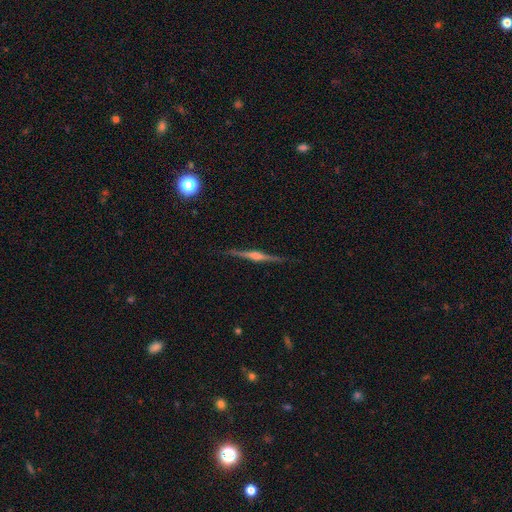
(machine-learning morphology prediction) Overall: featured or disk (82%). Edge-on disk: yes (98%). Edge-on bulge: rounded (86%). Merging: none (89%).